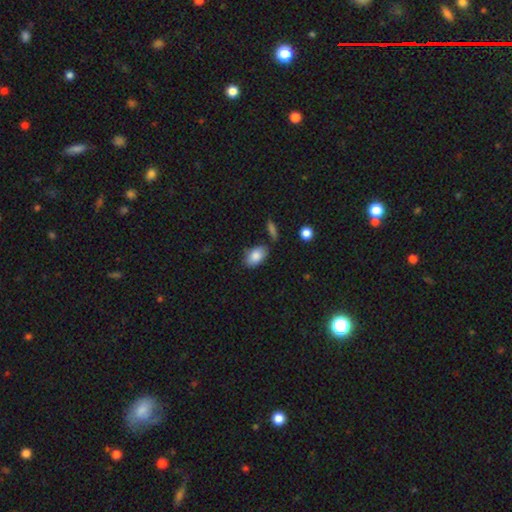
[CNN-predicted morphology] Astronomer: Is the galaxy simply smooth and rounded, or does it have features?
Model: smooth — 85%.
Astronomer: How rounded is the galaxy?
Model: in between — 92%.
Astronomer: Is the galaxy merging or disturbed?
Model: none — 74%.